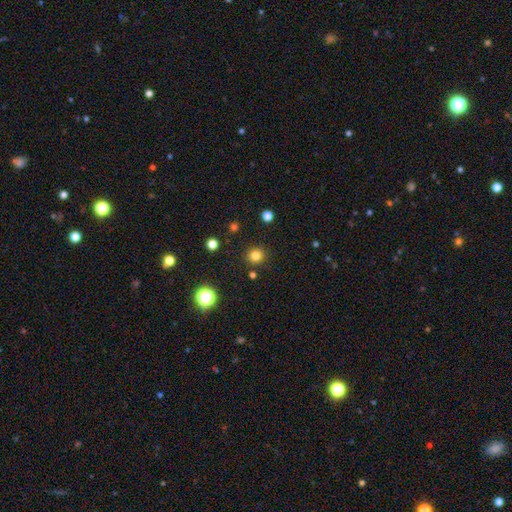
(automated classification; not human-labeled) Morphology: type=smooth (80%); roundness=round (91%); merging=none (90%).